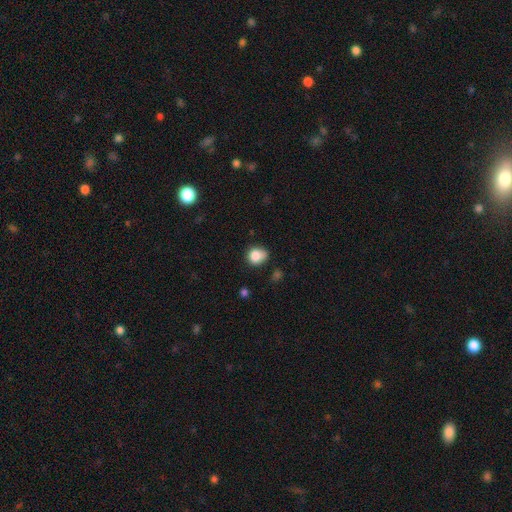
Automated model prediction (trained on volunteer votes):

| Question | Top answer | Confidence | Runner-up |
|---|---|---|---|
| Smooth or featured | smooth | 83% | star or artifact (10%) |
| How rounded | round | 66% | in between (33%) |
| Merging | none | 55% | minor disturbance (32%) |